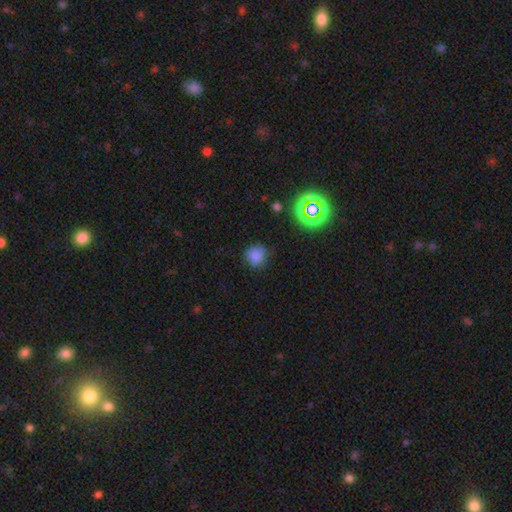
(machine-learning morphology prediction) A smooth galaxy with no disk features (75%) that is round (85%). Merging: none (72%).